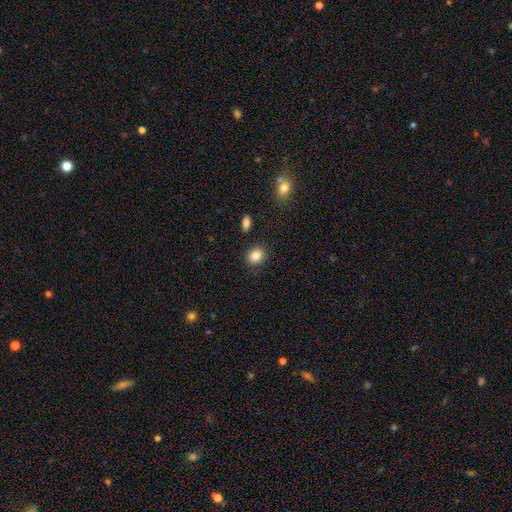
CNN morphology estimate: type=smooth (86%); roundness=round (58%); merging=none (86%).